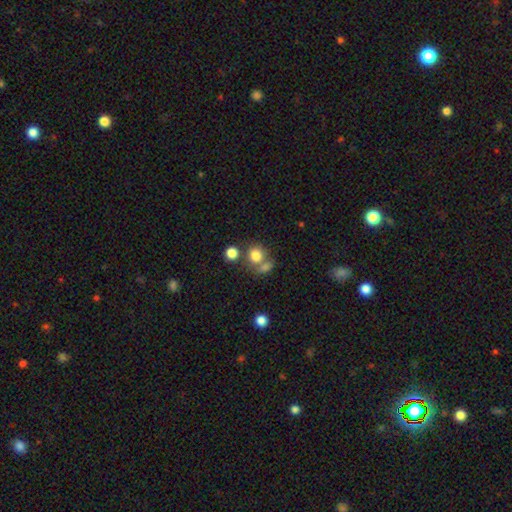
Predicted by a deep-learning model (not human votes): Morphology: type=smooth (78%); roundness=round (82%); merging=none (53%).